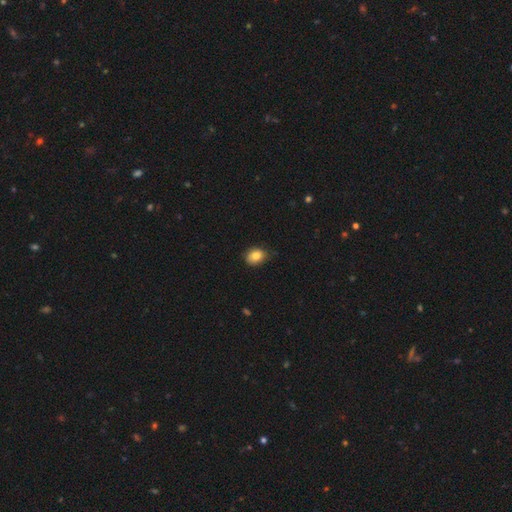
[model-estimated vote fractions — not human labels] Smooth or featured?
  - smooth: 84% *
  - star or artifact: 9%
  - featured or disk: 7%
How rounded?
  - in between: 59% *
  - round: 40%
  - cigar-shaped: 1%
Merging?
  - none: 73% *
  - minor disturbance: 23%
  - major disturbance: 3%
  - merger: 1%